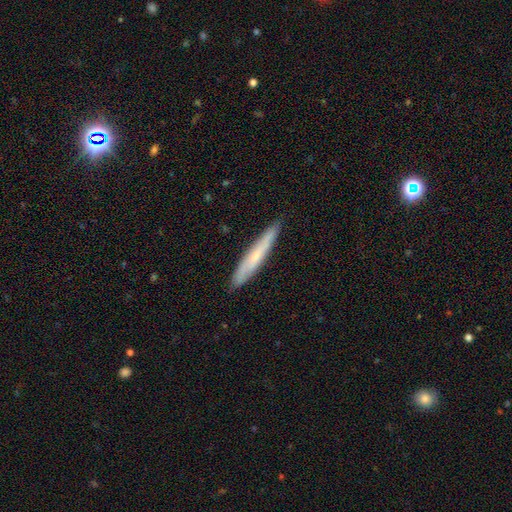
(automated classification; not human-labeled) smooth_or_featured: smooth (p=0.57) [alt: featured or disk p=0.37]
how_rounded: cigar-shaped (p=0.94) [alt: in between p=0.05]
merging: none (p=0.87) [alt: minor disturbance p=0.10]